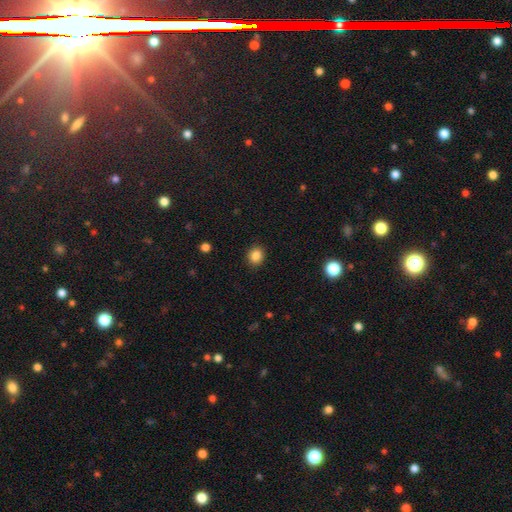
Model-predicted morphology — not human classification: Smooth or featured? Predicted: smooth (p=0.86). How rounded? Predicted: round (p=0.70). Merging? Predicted: none (p=0.90).